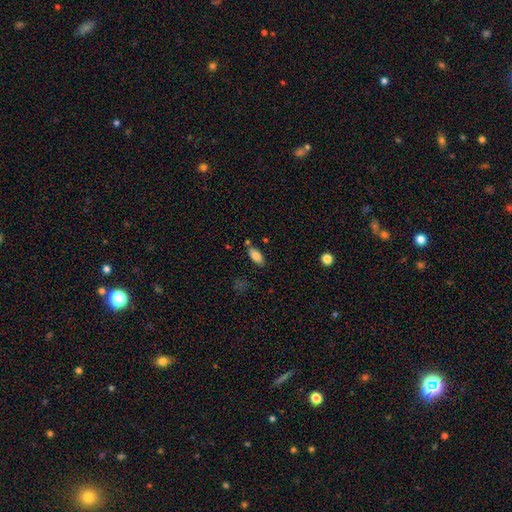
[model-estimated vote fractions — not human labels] Smooth or featured?
  - smooth: 81% *
  - featured or disk: 12%
  - star or artifact: 8%
How rounded?
  - in between: 88% *
  - cigar-shaped: 10%
  - round: 2%
Merging?
  - none: 74% *
  - minor disturbance: 14%
  - merger: 9%
  - major disturbance: 3%